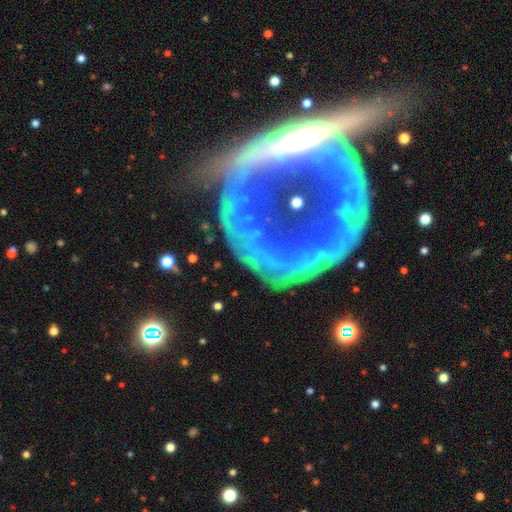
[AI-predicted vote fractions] Smooth or featured? featured or disk (67%)
Edge-on disk? no (77%)
Bar? no (65%)
Spiral arms? no (68%)
Bulge size? small (39%)
Merging? major disturbance (55%)